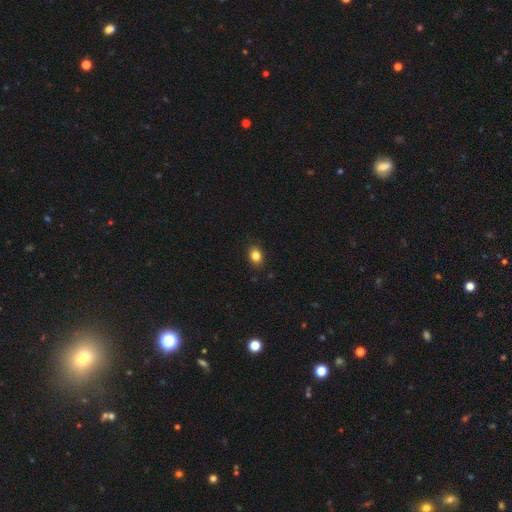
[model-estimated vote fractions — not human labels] Overall: smooth (85%). How rounded: in between (59%; round 40%). Merging: none (89%).